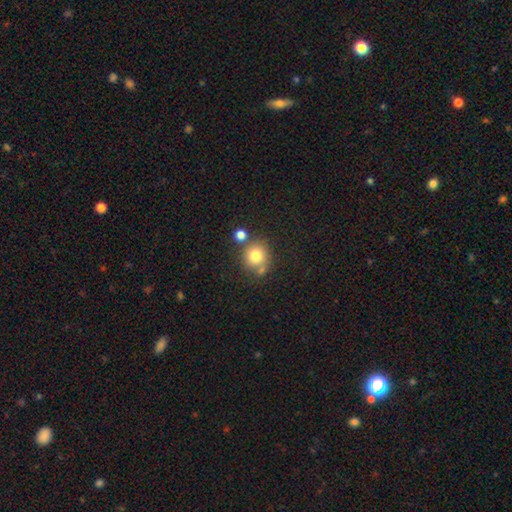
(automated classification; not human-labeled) smooth-or-featured: smooth: 77% | star or artifact: 12% | featured or disk: 11%
  how-rounded: round: 86% | in between: 13% | cigar-shaped: 1%
  merging: none: 60% | merger: 22% | minor disturbance: 13% | major disturbance: 5%